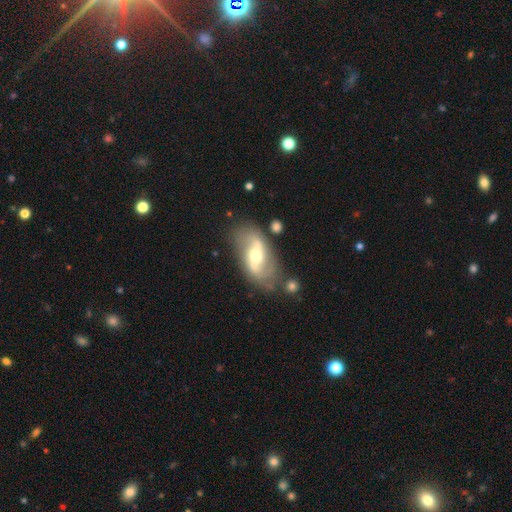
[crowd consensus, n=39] Smooth or featured?
  - featured or disk: 82% *
  - smooth: 13%
  - star or artifact: 5%
Edge-on disk?
  - no: 94% *
  - yes: 6%
Bar?
  - strong: 57% *
  - weak: 27%
  - no: 17%
Spiral arms?
  - yes: 80% *
  - no: 20%
Spiral winding?
  - loose: 67% *
  - medium: 25%
  - tight: 8%
Spiral arm count?
  - 2: 96% *
  - can't tell: 4%
  - 1: 0%
  - 3: 0%
  - 4: 0%
  - more than 4: 0%
Bulge size?
  - moderate: 57% *
  - small: 37%
  - large: 7%
  - dominant: 0%
  - none: 0%
Merging?
  - none: 73% *
  - minor disturbance: 19%
  - major disturbance: 5%
  - merger: 3%